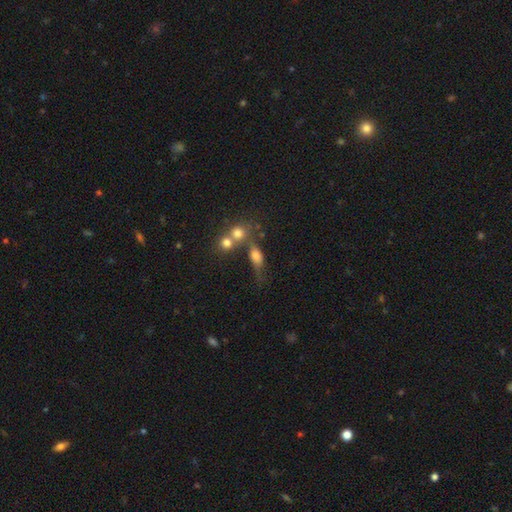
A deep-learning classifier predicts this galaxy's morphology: smooth 70%, featured or disk 17%, star or artifact 13%. Down the decision tree: how rounded — in between (64%); merging — merger (36%).